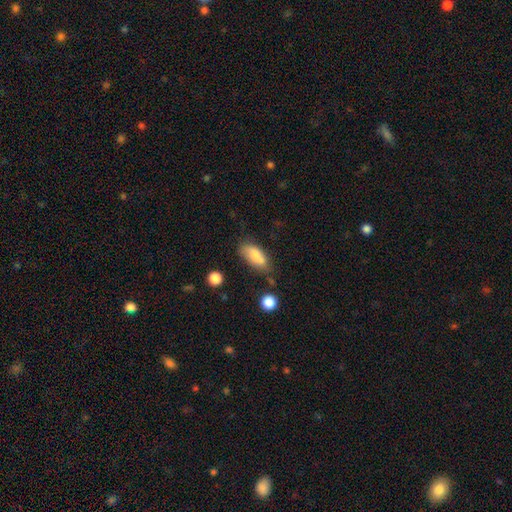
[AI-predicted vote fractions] Smooth or featured? Predicted: smooth (p=0.79). How rounded? Predicted: in between (p=0.84). Merging? Predicted: none (p=0.60).